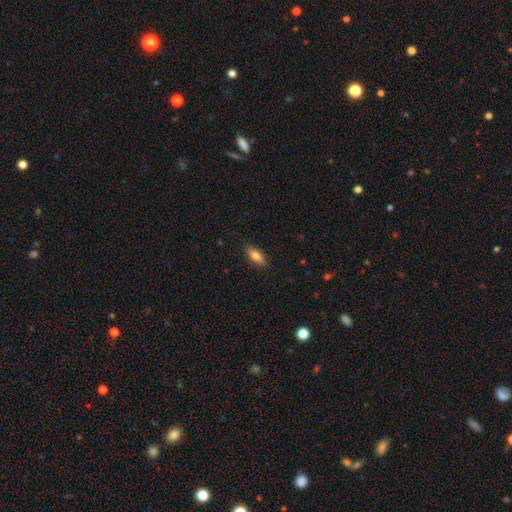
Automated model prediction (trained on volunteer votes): Smooth or featured?
  - smooth: 79% *
  - featured or disk: 13%
  - star or artifact: 7%
How rounded?
  - in between: 75% *
  - cigar-shaped: 22%
  - round: 3%
Merging?
  - none: 87% *
  - minor disturbance: 10%
  - major disturbance: 2%
  - merger: 1%